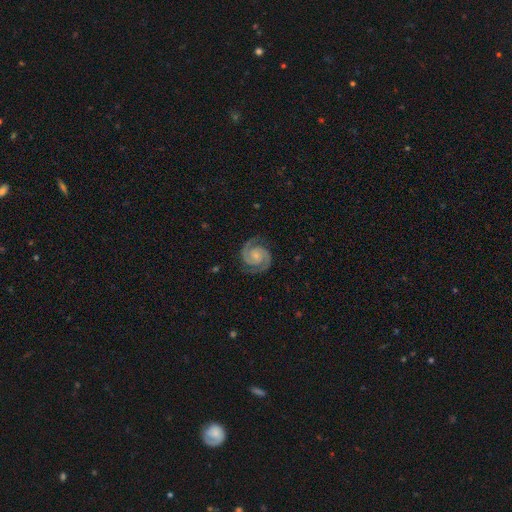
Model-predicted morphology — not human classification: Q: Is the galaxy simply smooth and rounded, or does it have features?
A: featured or disk — 94%.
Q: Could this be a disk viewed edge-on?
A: no — 99%.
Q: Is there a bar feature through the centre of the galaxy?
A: no — 62%.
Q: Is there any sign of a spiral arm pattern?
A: yes — 99%.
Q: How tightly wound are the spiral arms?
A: tight — 59%.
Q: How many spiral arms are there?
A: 2 — 94%.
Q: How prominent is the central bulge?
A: small — 53%.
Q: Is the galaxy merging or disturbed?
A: none — 84%.